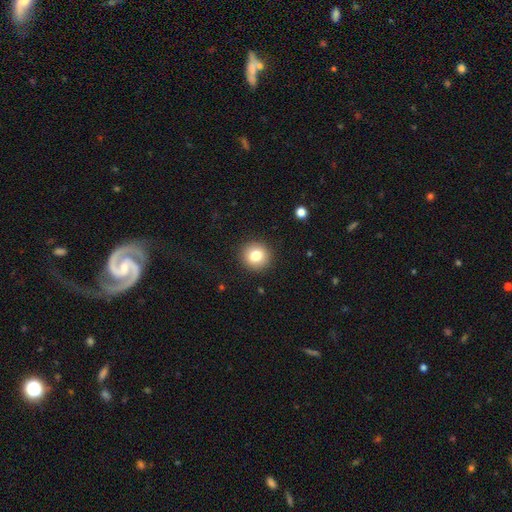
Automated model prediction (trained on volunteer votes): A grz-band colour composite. It shows a smooth galaxy with no disk features (80%) that is round (93%). Merging: none (92%).